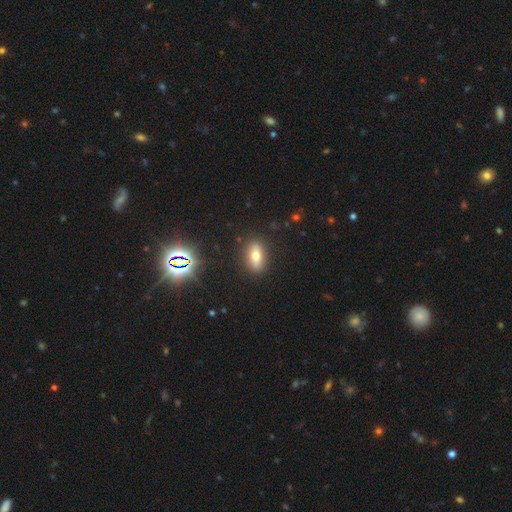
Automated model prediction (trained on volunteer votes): A smooth galaxy with no disk features (62%) that is in between round and cigar-shaped (75%). Merging: none (88%).